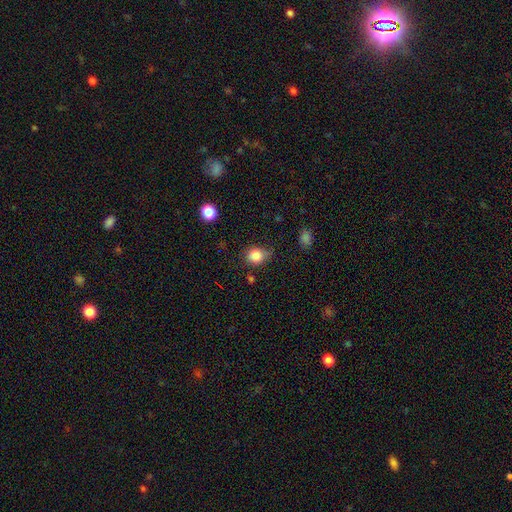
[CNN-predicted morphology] smooth_or_featured: smooth (p=0.85) [alt: star or artifact p=0.10]
how_rounded: round (p=0.71) [alt: in between p=0.28]
merging: none (p=0.65) [alt: minor disturbance p=0.25]